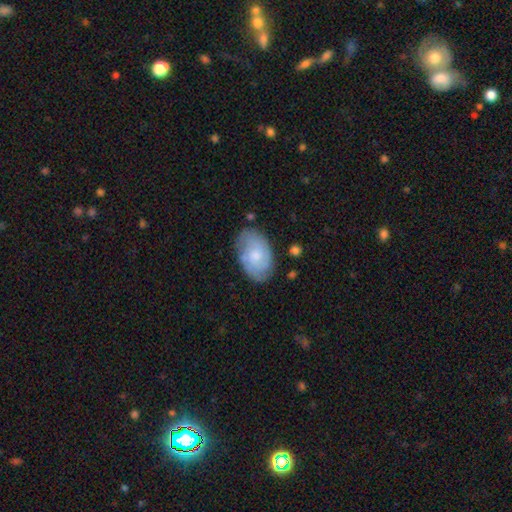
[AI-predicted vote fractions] Overall: featured or disk (47%; smooth 46%). Merging: none (74%).